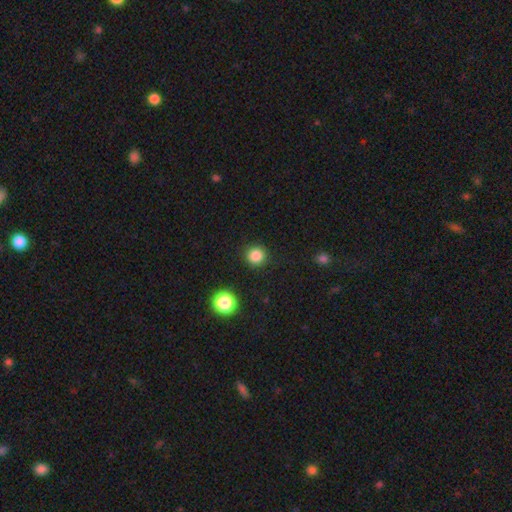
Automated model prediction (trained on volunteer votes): This appears to be a smooth galaxy with no disk features (84%) that is round (95%). Merging: none (91%).